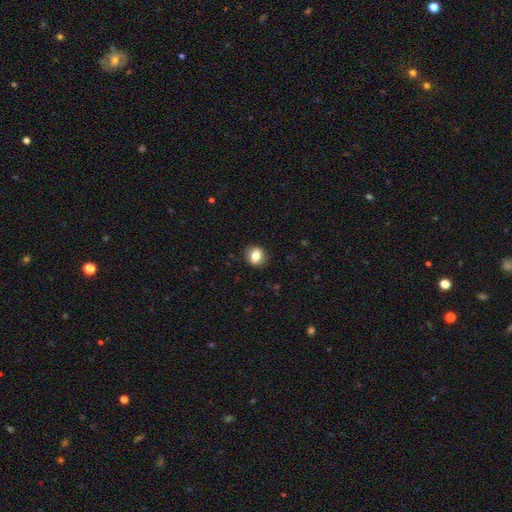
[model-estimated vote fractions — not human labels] This is likely a smooth galaxy (77%). How rounded: likely round (65%). Merging: clearly none (88%).